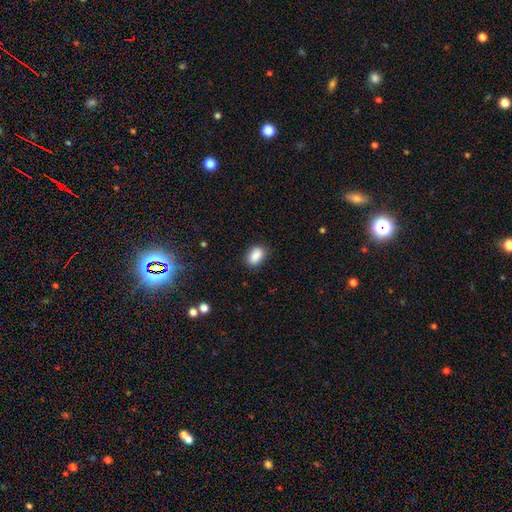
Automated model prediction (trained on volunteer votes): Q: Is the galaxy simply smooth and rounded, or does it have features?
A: smooth — 87%.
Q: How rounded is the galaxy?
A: in between — 83%.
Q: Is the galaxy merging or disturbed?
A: none — 85%.